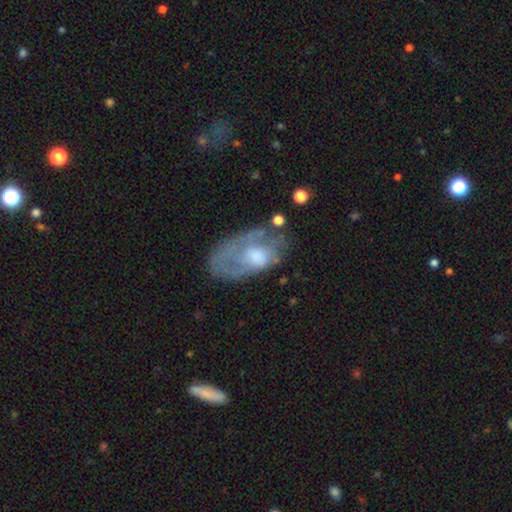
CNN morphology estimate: This is likely a featured or disk galaxy (60%). It is clearly not viewed edge-on (92%). Bar: likely no (77%). Spiral arm pattern: possibly yes (53%). Central bulge: possibly moderate (48%). Merging: possibly none (48%).